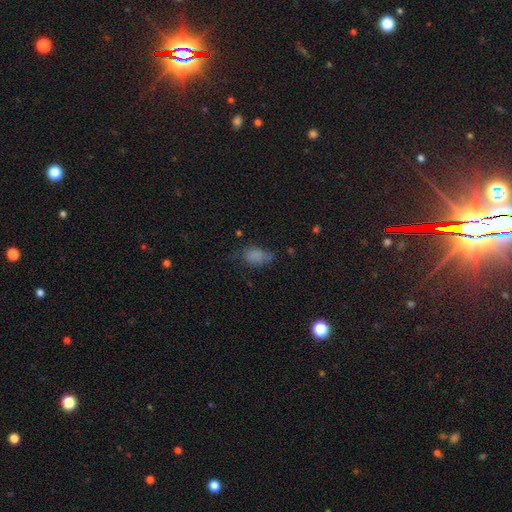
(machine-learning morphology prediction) This is likely a smooth galaxy (75%). How rounded: clearly in between (87%). Merging: marginally none (42%).